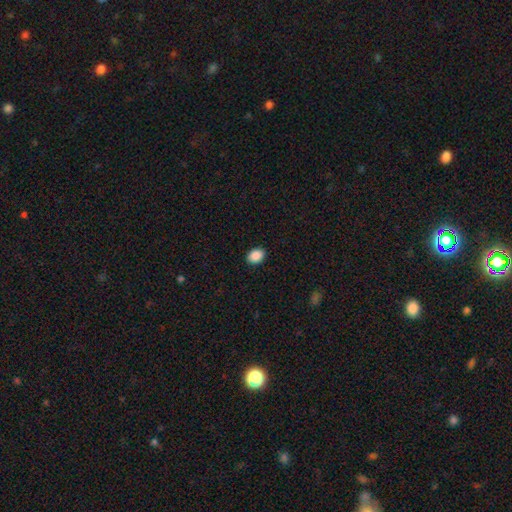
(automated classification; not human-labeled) smooth_or_featured: smooth (p=0.90) [alt: star or artifact p=0.08]
how_rounded: in between (p=0.74) [alt: round p=0.25]
merging: none (p=0.90) [alt: minor disturbance p=0.07]